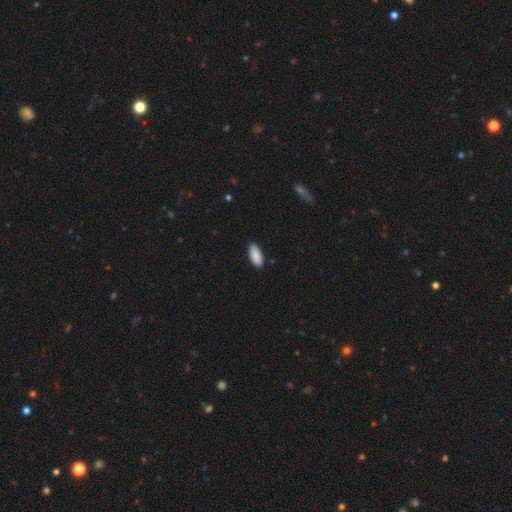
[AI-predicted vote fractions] Smooth or featured? smooth (90%)
How rounded? in between (87%)
Merging? none (88%)